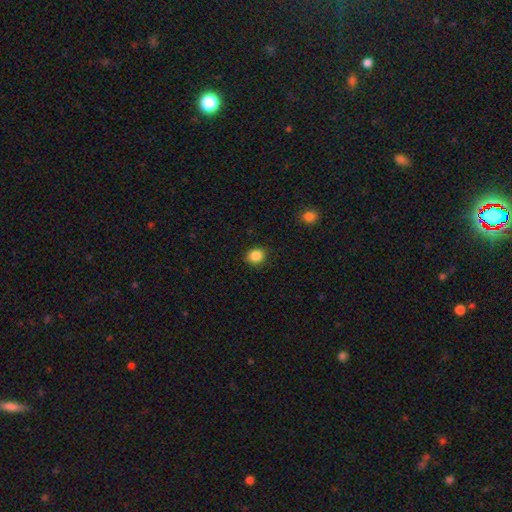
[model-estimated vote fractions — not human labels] This is clearly a smooth galaxy (86%). How rounded: likely round (77%). Merging: clearly none (87%).